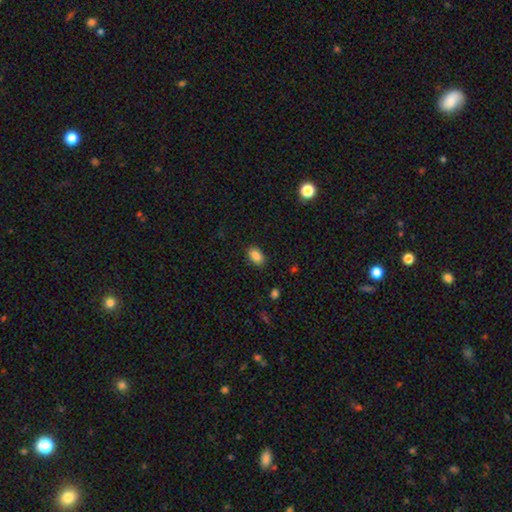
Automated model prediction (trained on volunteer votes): smooth-or-featured: smooth: 88% | star or artifact: 9% | featured or disk: 4%
  how-rounded: in between: 90% | round: 8% | cigar-shaped: 2%
  merging: none: 86% | minor disturbance: 10% | major disturbance: 3% | merger: 1%